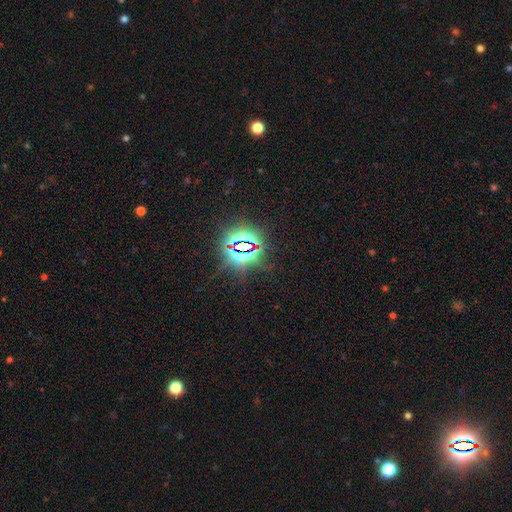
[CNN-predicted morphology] star or artifact 83%, smooth 10%, featured or disk 7%.